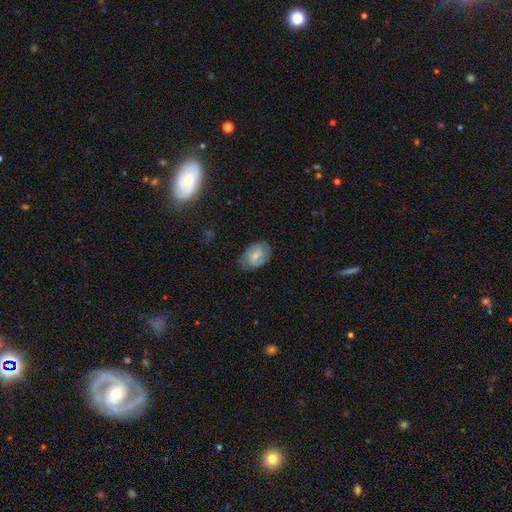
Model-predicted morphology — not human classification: smooth 60%, featured or disk 33%, star or artifact 7%. Down the decision tree: how rounded — in between (85%); merging — none (71%).